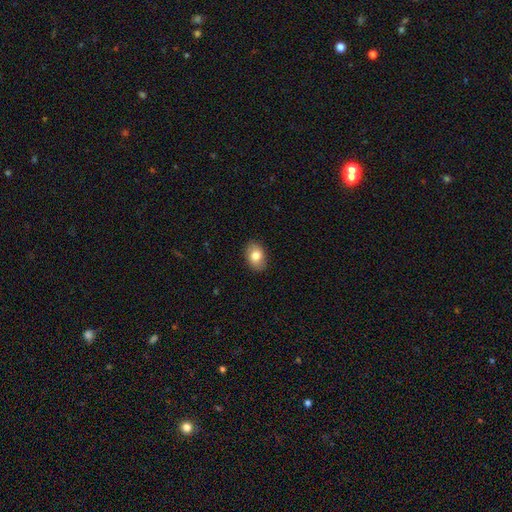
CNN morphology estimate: Smooth or featured? Predicted: smooth (p=0.82). How rounded? Predicted: in between (p=0.82). Merging? Predicted: none (p=0.88).